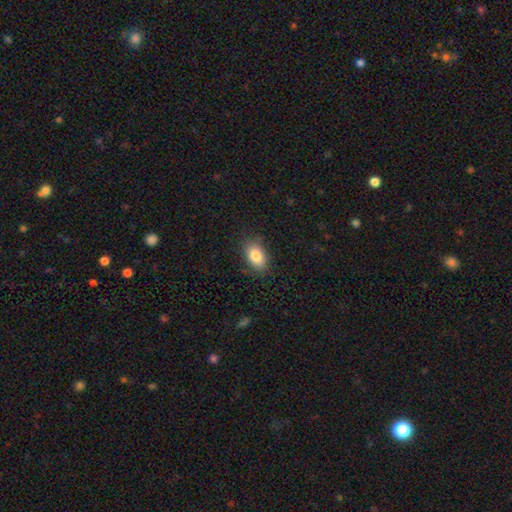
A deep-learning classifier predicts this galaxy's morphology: This is clearly a smooth galaxy (84%). How rounded: clearly in between (88%). Merging: clearly none (83%).